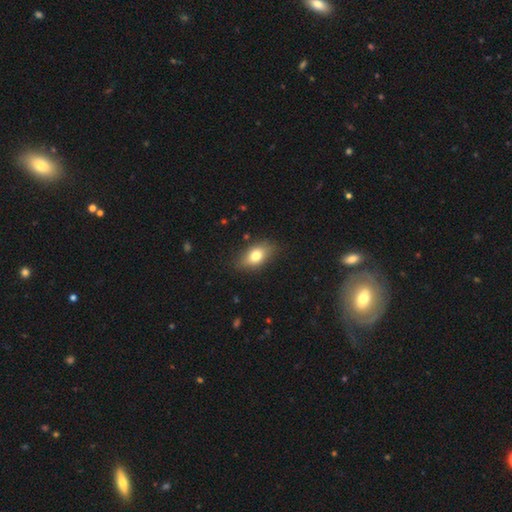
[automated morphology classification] A smooth galaxy with no disk features (75%) that is in between round and cigar-shaped (83%). Merging: none (83%).